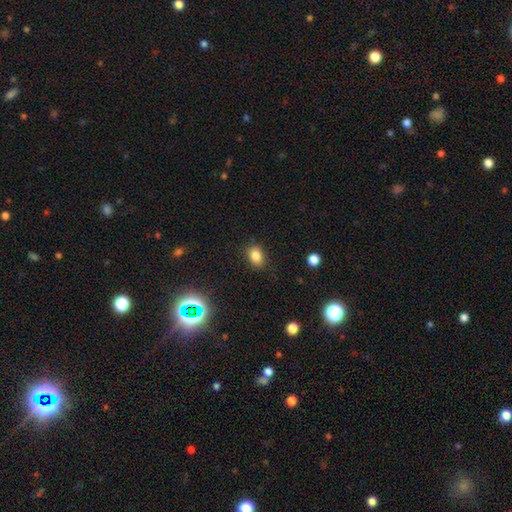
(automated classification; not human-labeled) This appears to be a smooth galaxy with no disk features (81%) that is in between round and cigar-shaped (70%). Merging: none (84%).